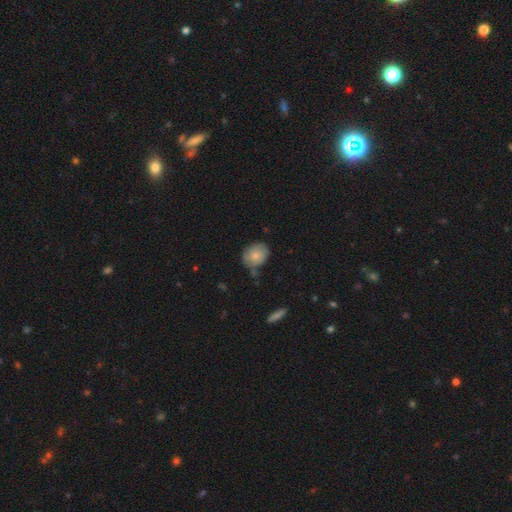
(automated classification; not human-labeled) A smooth galaxy with no disk features (75%) that is round (62%). Merging: none (64%).